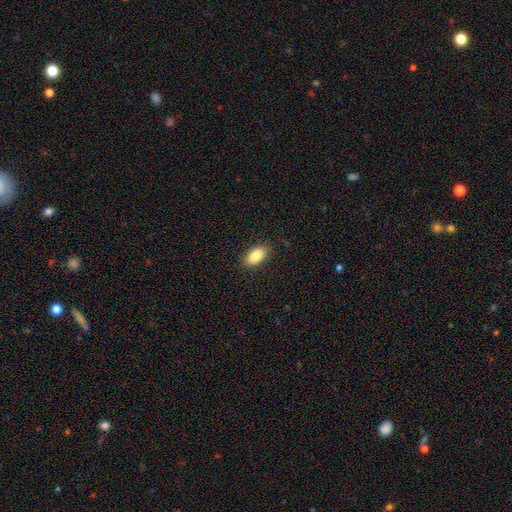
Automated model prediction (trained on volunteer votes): Smooth or featured? Predicted: smooth (p=0.87). How rounded? Predicted: in between (p=0.93). Merging? Predicted: none (p=0.88).